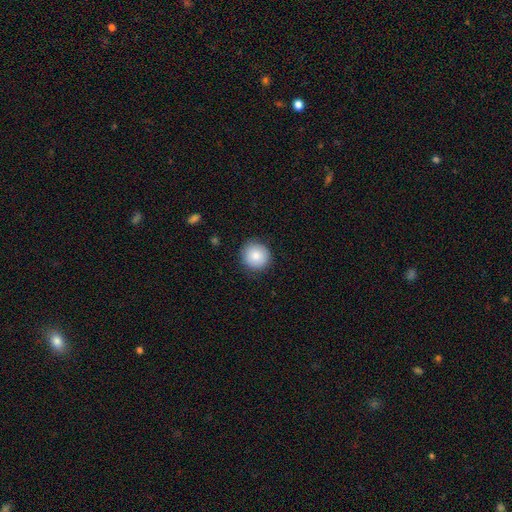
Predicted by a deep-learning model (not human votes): smooth-or-featured: smooth: 83% | featured or disk: 9% | star or artifact: 8%
  how-rounded: round: 93% | in between: 6% | cigar-shaped: 1%
  merging: none: 88% | minor disturbance: 8% | major disturbance: 2% | merger: 1%